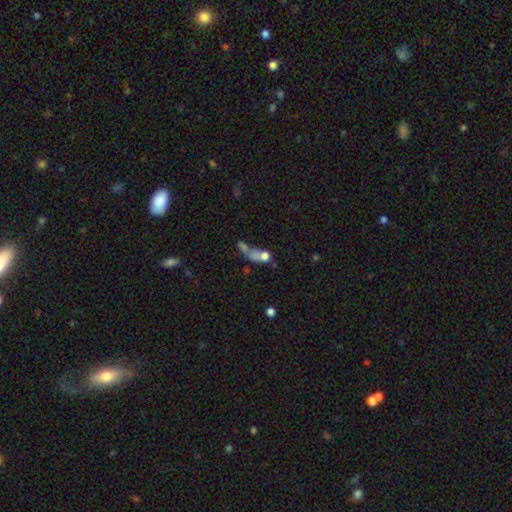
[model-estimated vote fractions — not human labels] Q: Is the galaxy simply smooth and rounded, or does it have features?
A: smooth — 45%.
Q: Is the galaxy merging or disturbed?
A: merger — 38%.